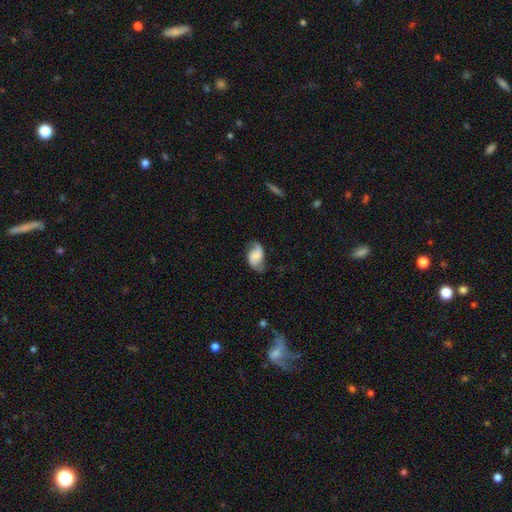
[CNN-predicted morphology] type=featured or disk (53%); edge-on=no (97%); bar=no (53%); spiral arms=yes (91%); bulge=none (42%); merging=none (60%).